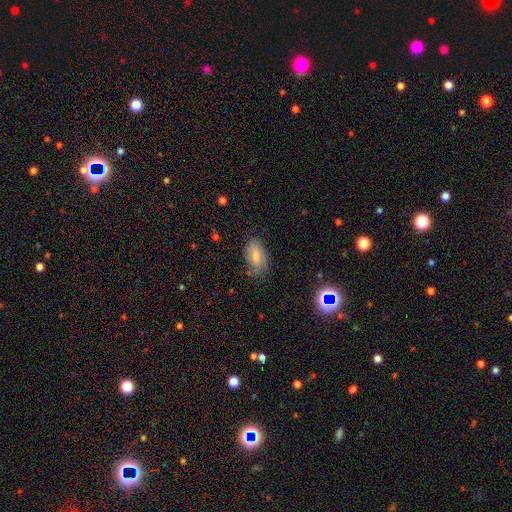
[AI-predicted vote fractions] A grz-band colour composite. It shows a smooth galaxy with no disk features (70%) that is in between round and cigar-shaped (91%). Merging: none (67%).